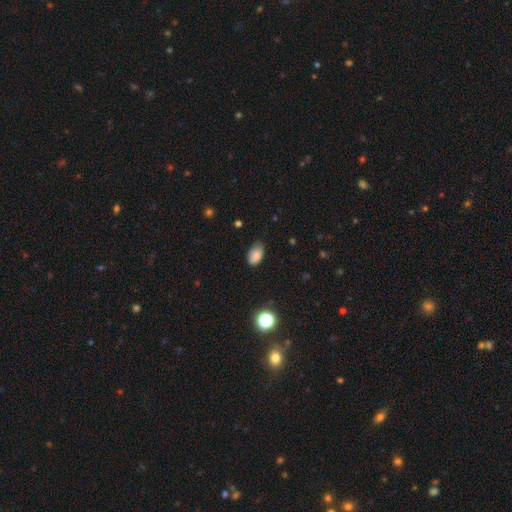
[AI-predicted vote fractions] This appears to be a smooth galaxy with no disk features (82%) that is in between round and cigar-shaped (91%). Merging: none (65%).